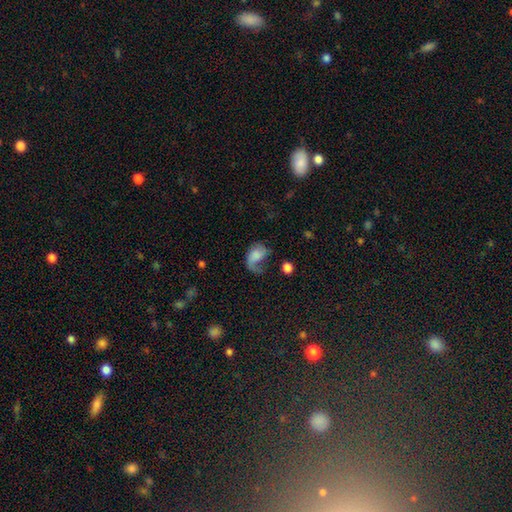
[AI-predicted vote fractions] A smooth galaxy with no disk features (49%).

Vote fractions:
- Smooth or featured? smooth: 49% / featured or disk: 41% / star or artifact: 9%
- Merging? major disturbance: 50% / none: 24% / minor disturbance: 21% / merger: 5%